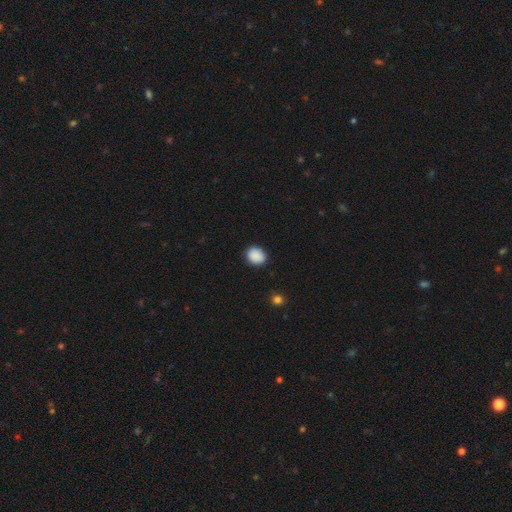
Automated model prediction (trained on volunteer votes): This is clearly a smooth galaxy (89%). How rounded: likely round (61%). Merging: clearly none (89%).